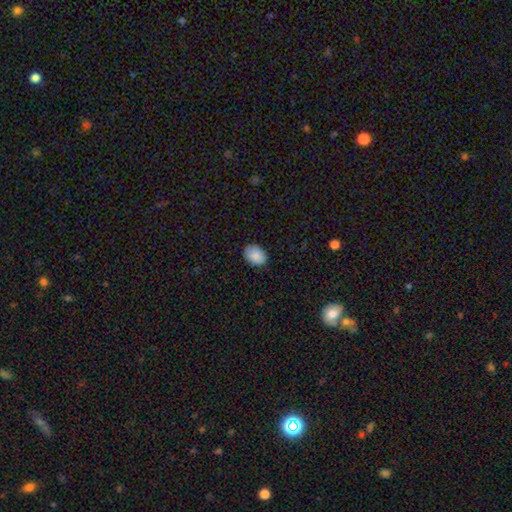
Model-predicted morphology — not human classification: type=smooth (89%); roundness=in between (81%); merging=none (87%).